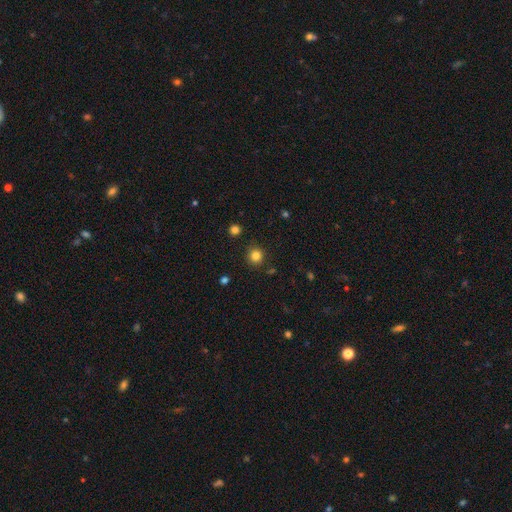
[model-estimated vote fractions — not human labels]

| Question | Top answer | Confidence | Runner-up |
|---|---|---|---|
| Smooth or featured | smooth | 83% | star or artifact (13%) |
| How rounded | round | 92% | in between (7%) |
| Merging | none | 88% | minor disturbance (7%) |